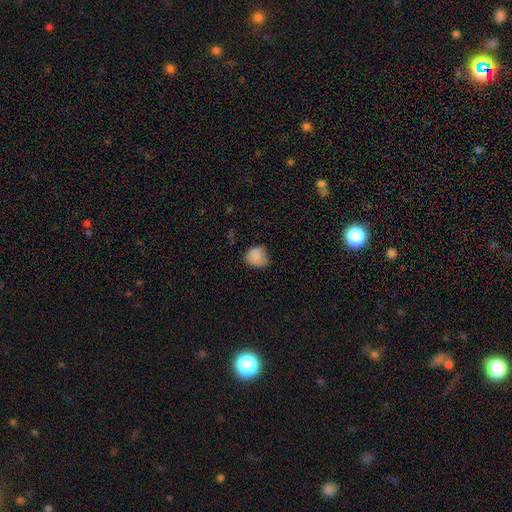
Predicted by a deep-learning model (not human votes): A smooth galaxy with no disk features (85%) that is round (67%).

Vote fractions:
- Smooth or featured? smooth: 85% / star or artifact: 9% / featured or disk: 6%
- How rounded? round: 67% / in between: 32% / cigar-shaped: 1%
- Merging? none: 59% / minor disturbance: 33% / major disturbance: 7% / merger: 1%